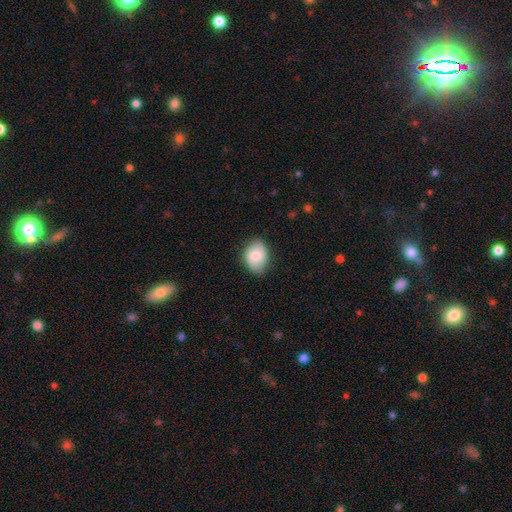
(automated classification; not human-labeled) A smooth galaxy with no disk features (75%) that is in between round and cigar-shaped (70%). Merging: none (78%).